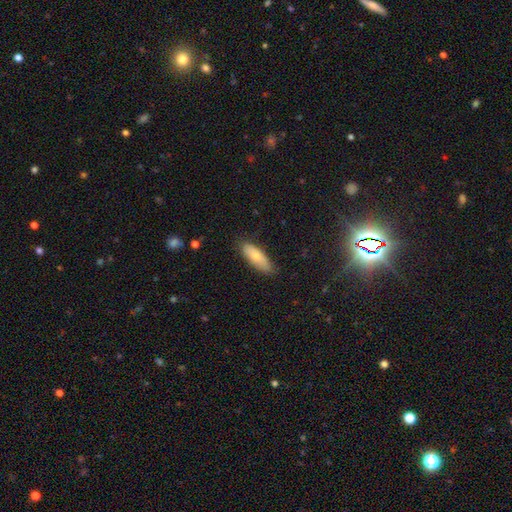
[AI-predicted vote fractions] The model was most divided on "how rounded": in between: 66%, cigar-shaped: 32%, round: 2%. More confident: merging — none (78%); smooth or featured — smooth (76%).